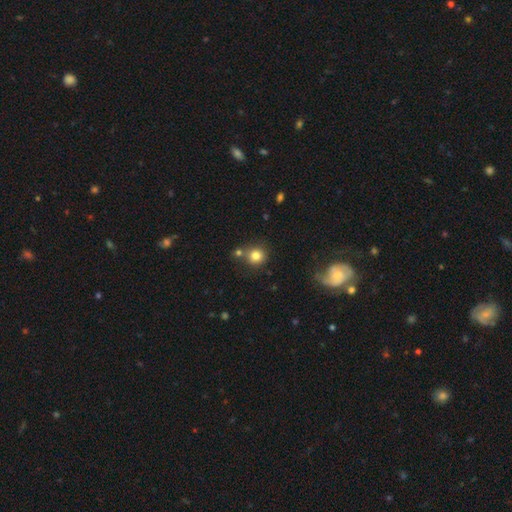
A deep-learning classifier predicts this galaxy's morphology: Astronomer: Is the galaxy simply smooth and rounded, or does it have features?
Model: smooth — 80%.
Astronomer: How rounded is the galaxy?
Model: round — 90%.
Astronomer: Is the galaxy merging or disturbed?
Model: none — 68%.